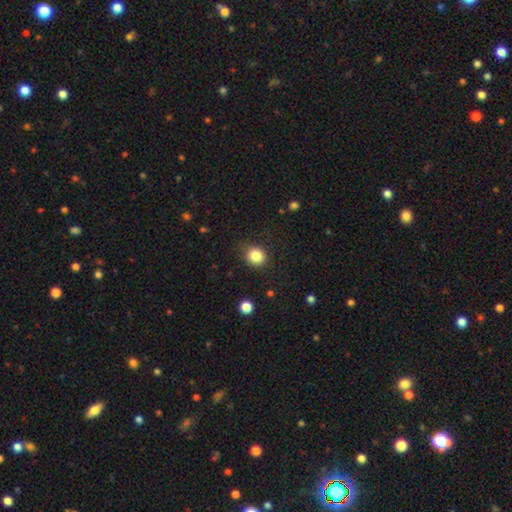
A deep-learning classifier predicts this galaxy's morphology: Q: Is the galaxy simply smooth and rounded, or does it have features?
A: smooth — 84%.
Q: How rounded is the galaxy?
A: round — 83%.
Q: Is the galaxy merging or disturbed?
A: none — 83%.